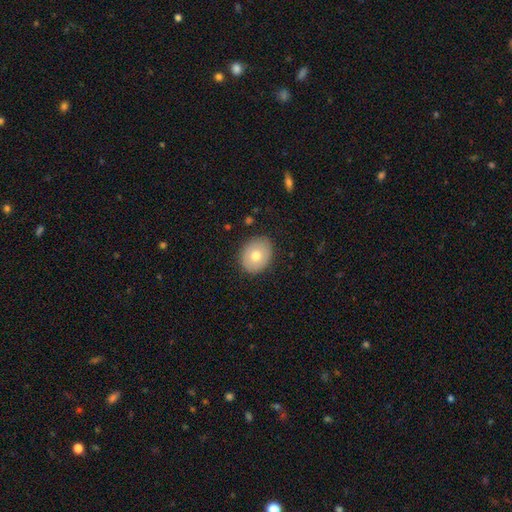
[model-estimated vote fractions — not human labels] Smooth or featured?
  - smooth: 73% *
  - featured or disk: 19%
  - star or artifact: 8%
How rounded?
  - round: 53% *
  - in between: 46%
  - cigar-shaped: 1%
Merging?
  - none: 87% *
  - minor disturbance: 9%
  - major disturbance: 2%
  - merger: 1%